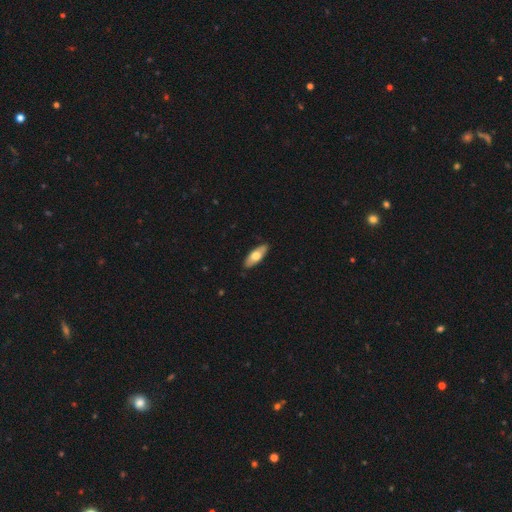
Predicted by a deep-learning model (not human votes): A smooth galaxy with no disk features (65%) that is in between round and cigar-shaped (68%).

Vote fractions:
- Smooth or featured? smooth: 65% / featured or disk: 30% / star or artifact: 5%
- How rounded? in between: 68% / cigar-shaped: 30% / round: 2%
- Merging? none: 88% / minor disturbance: 9% / major disturbance: 2% / merger: 1%